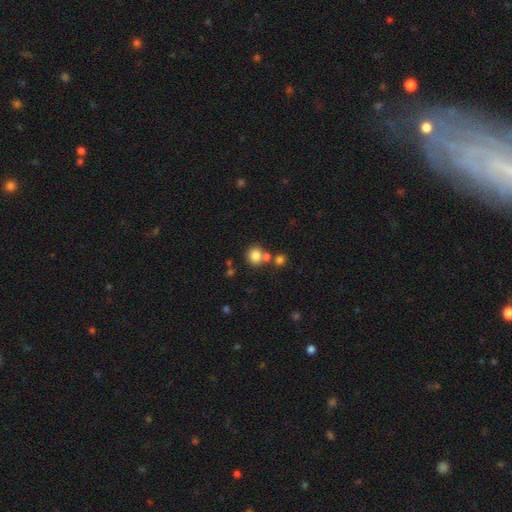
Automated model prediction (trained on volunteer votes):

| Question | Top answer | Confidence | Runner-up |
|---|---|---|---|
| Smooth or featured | smooth | 82% | star or artifact (12%) |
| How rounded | round | 84% | in between (15%) |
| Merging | none | 63% | merger (25%) |